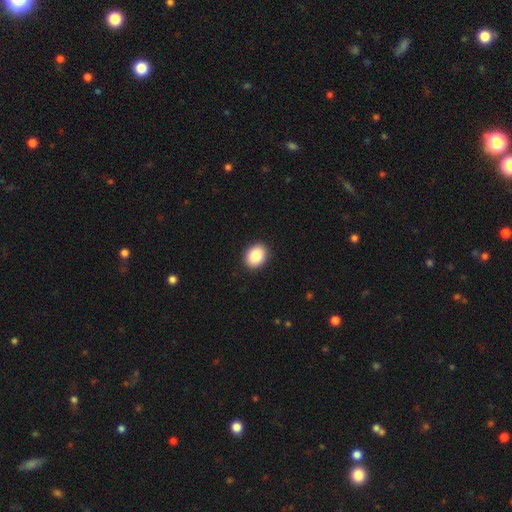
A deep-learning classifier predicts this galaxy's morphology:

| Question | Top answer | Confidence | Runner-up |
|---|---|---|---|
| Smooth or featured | smooth | 86% | star or artifact (8%) |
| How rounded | in between | 55% | round (45%) |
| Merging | none | 91% | minor disturbance (6%) |